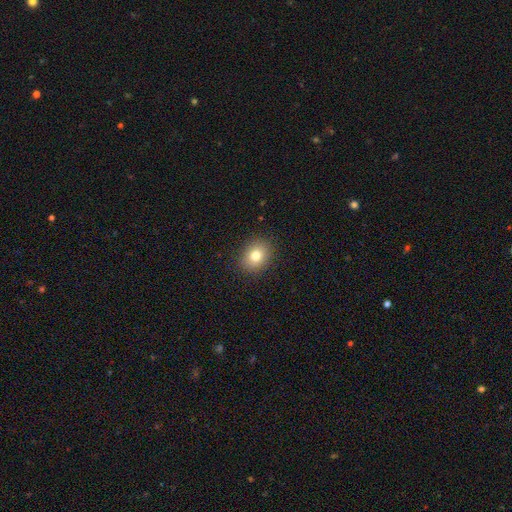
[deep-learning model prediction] Overall: smooth (79%). How rounded: round (57%; in between 42%). Merging: none (89%).